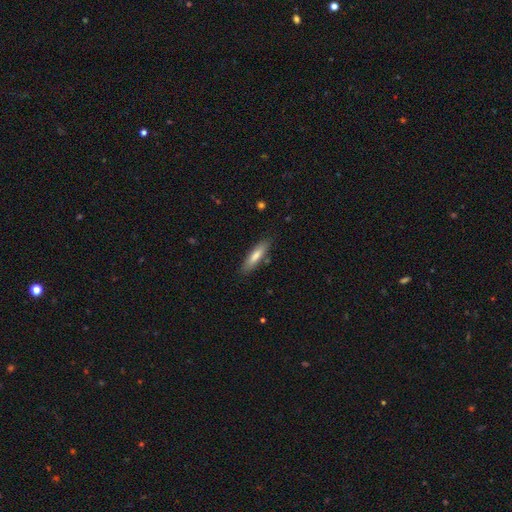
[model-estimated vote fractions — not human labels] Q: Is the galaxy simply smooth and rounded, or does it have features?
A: smooth — 73%.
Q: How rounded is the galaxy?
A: cigar-shaped — 75%.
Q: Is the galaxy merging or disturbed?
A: none — 85%.